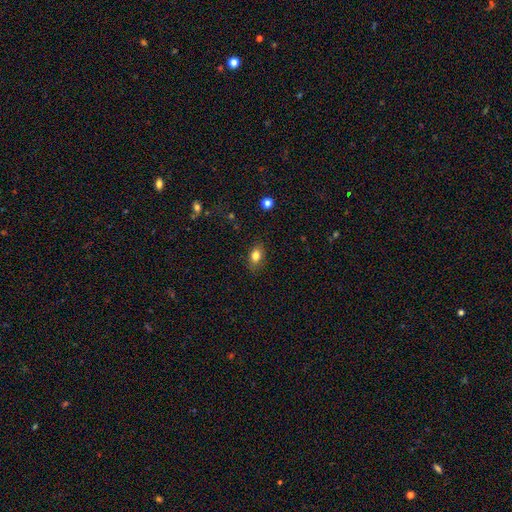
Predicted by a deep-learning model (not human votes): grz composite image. It shows a smooth galaxy with no disk features (80%) that is in between round and cigar-shaped (78%). Merging: none (85%).